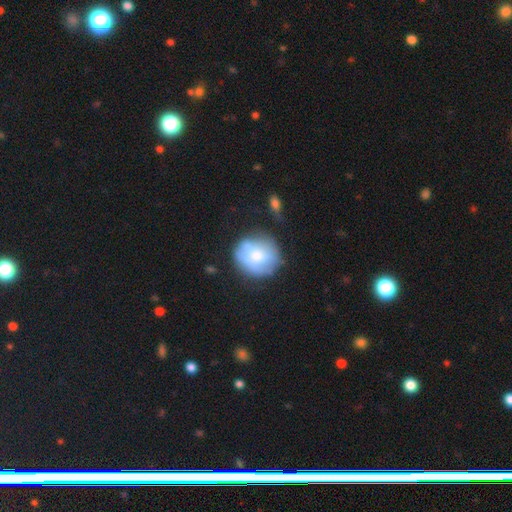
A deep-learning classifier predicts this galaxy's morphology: Smooth or featured? Predicted: smooth (p=0.61). How rounded? Predicted: round (p=0.89). Merging? Predicted: none (p=0.66).